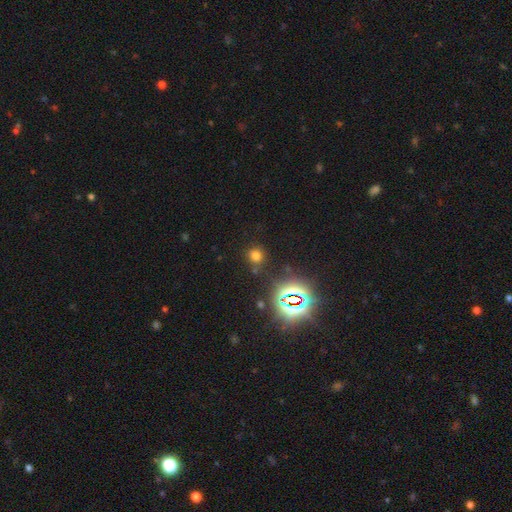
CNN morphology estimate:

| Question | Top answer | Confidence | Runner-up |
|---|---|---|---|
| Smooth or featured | smooth | 63% | star or artifact (30%) |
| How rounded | round | 88% | in between (11%) |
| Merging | none | 80% | minor disturbance (10%) |